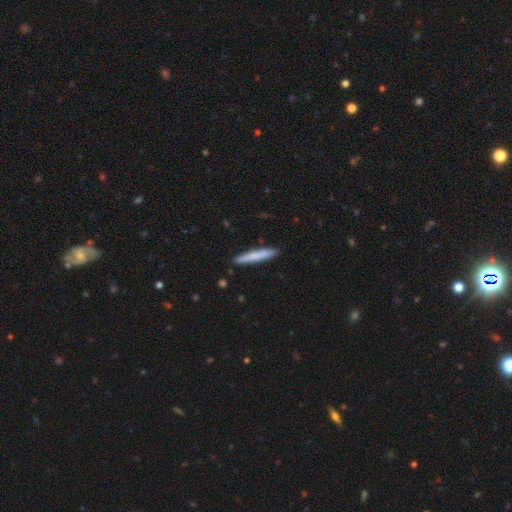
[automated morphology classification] A smooth galaxy with no disk features (74%) that is cigar-shaped (94%). Merging: none (90%).